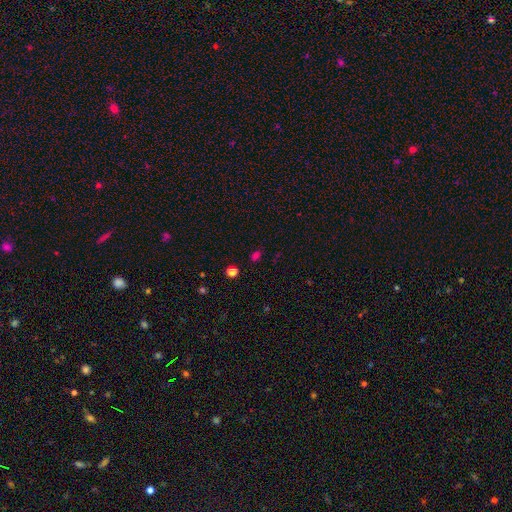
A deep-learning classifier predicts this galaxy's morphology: smooth 61%, star or artifact 33%, featured or disk 6%. Down the decision tree: how rounded — in between (64%); merging — none (81%).